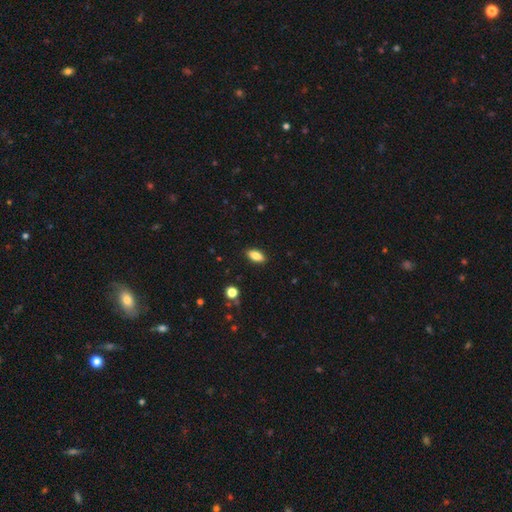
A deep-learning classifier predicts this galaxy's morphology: Q: Smooth or featured?
A: smooth (84%); runner-up: featured or disk (8%)
Q: How rounded?
A: in between (86%); runner-up: cigar-shaped (10%)
Q: Merging?
A: none (88%); runner-up: minor disturbance (9%)